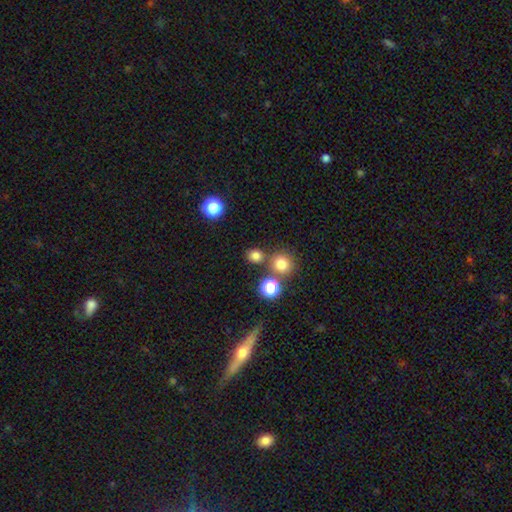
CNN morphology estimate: A smooth galaxy with no disk features (76%) that is round (80%).

Vote fractions:
- Smooth or featured? smooth: 76% / star or artifact: 18% / featured or disk: 6%
- How rounded? round: 80% / in between: 19% / cigar-shaped: 1%
- Merging? none: 74% / merger: 15% / minor disturbance: 8% / major disturbance: 3%